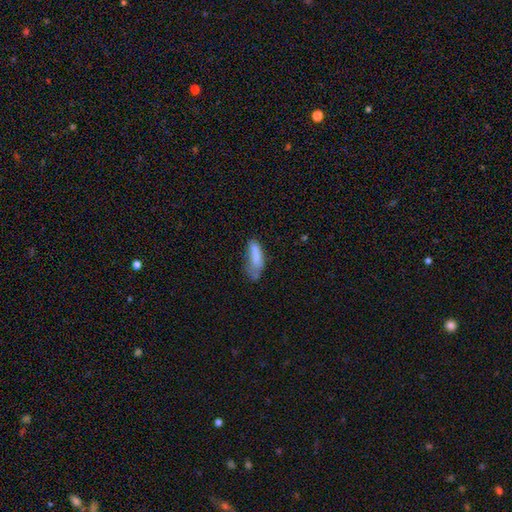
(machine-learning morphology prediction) This appears to be a smooth galaxy with no disk features (74%) that is in between round and cigar-shaped (60%). Merging: minor disturbance (33%).